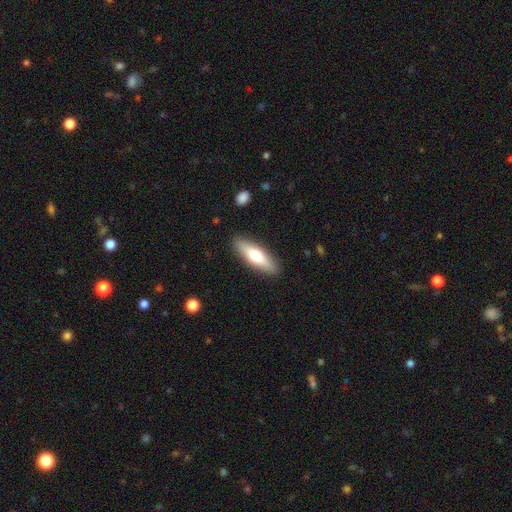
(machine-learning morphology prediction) This appears to be a smooth galaxy with no disk features (63%) that is cigar-shaped (60%). Merging: none (88%).